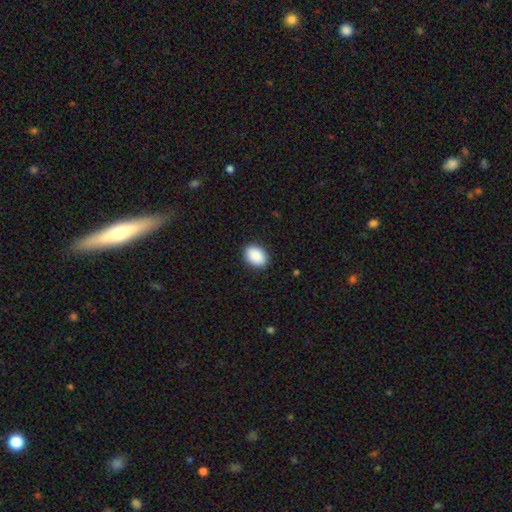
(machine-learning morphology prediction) This appears to be a smooth galaxy with no disk features (91%) that is in between round and cigar-shaped (80%). Merging: none (90%).